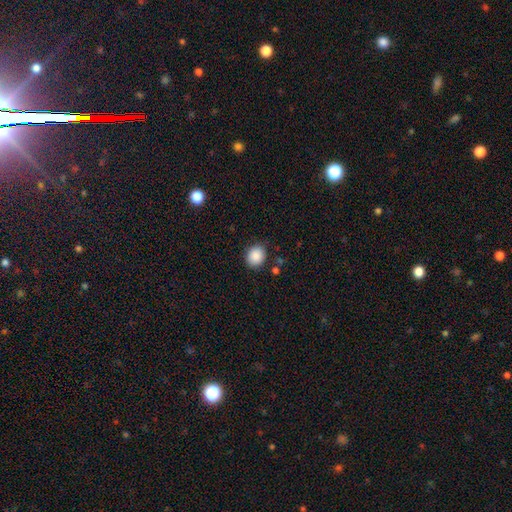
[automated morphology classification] This is clearly a smooth galaxy (88%). How rounded: likely round (71%). Merging: clearly none (84%).